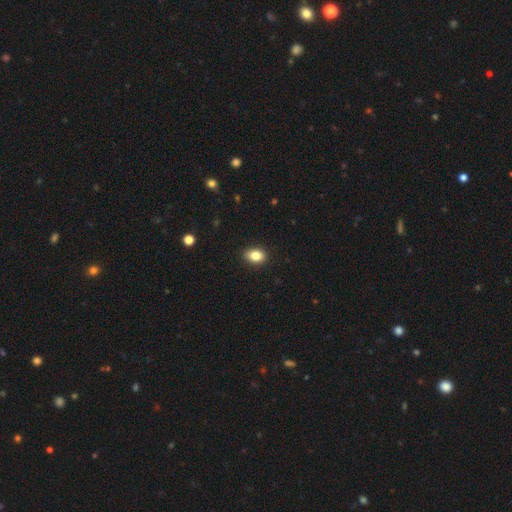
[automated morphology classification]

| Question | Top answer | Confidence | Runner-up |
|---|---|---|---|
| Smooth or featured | smooth | 84% | star or artifact (9%) |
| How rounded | in between | 77% | round (21%) |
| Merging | none | 89% | minor disturbance (8%) |